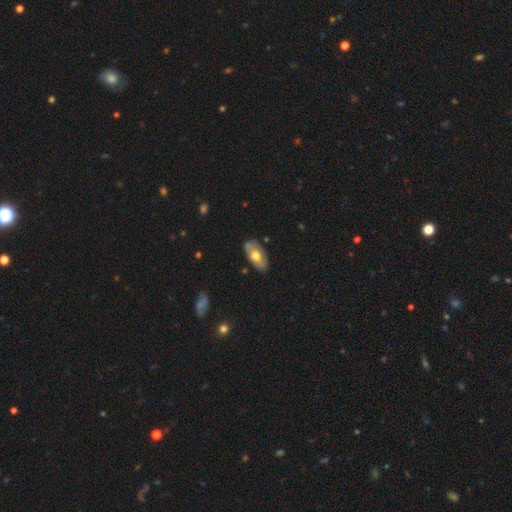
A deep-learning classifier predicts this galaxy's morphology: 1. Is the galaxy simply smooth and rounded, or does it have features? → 57% smooth, 37% featured or disk, 6% star or artifact.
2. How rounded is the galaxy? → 92% in between, 4% cigar-shaped, 4% round.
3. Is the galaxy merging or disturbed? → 74% none, 19% minor disturbance, 4% major disturbance, 3% merger.